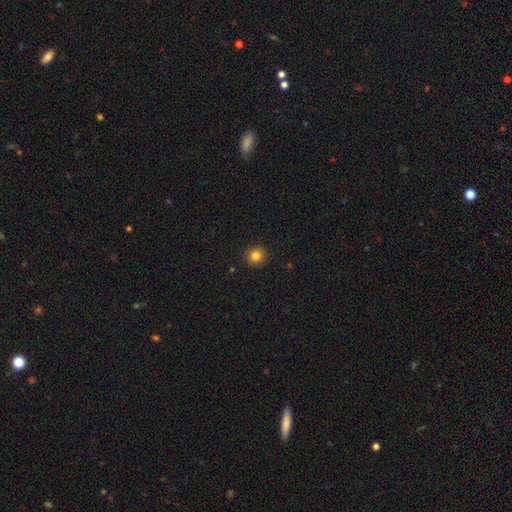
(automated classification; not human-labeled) smooth-or-featured: smooth: 83% | star or artifact: 12% | featured or disk: 5%
  how-rounded: round: 92% | in between: 7% | cigar-shaped: 1%
  merging: none: 92% | minor disturbance: 6% | major disturbance: 2% | merger: 1%